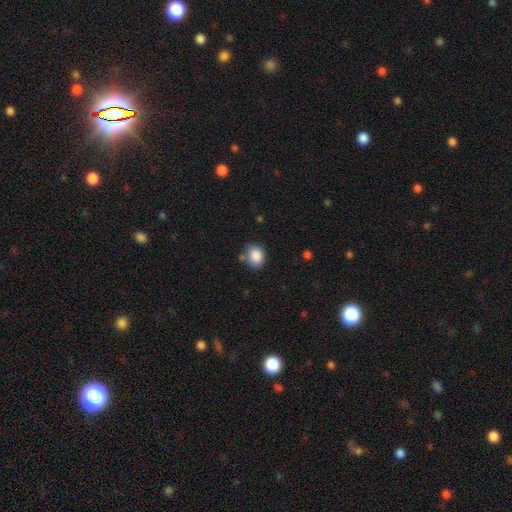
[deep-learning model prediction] A smooth galaxy with no disk features (87%) that is round (53%).

Vote fractions:
- Smooth or featured? smooth: 87% / star or artifact: 9% / featured or disk: 4%
- How rounded? round: 53% / in between: 46% / cigar-shaped: 1%
- Merging? none: 72% / minor disturbance: 17% / merger: 7% / major disturbance: 4%